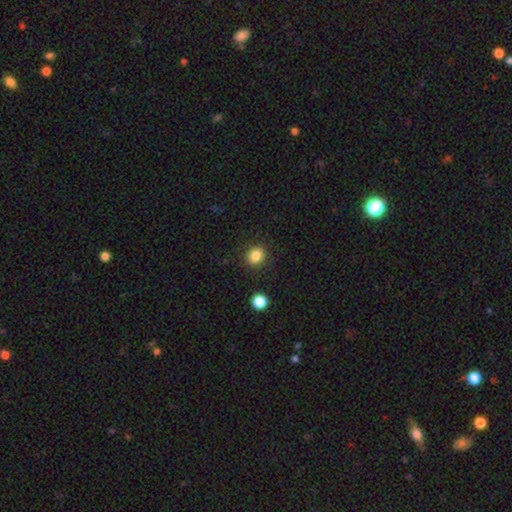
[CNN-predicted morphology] A smooth galaxy with no disk features (85%) that is round (67%). Merging: none (88%).